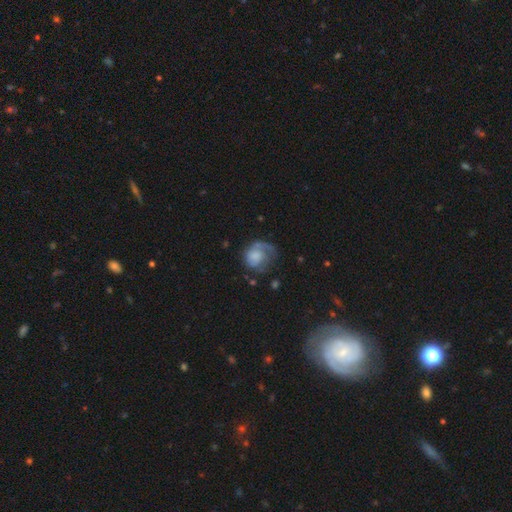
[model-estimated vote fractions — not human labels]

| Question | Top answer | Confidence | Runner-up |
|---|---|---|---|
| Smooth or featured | smooth | 46% | tied: featured or disk (46%) |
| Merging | none | 41% | major disturbance (33%) |